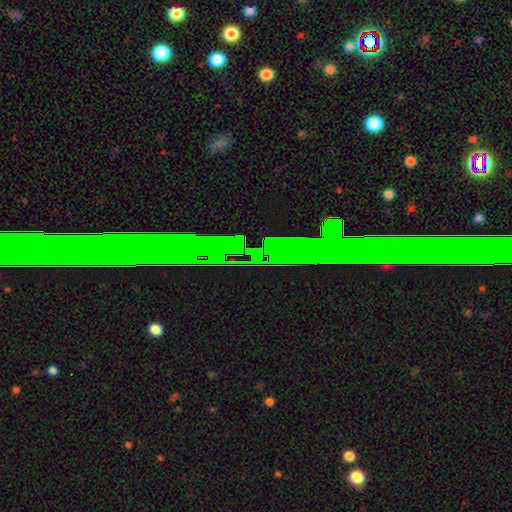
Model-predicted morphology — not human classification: A star or artifact, not a galaxy (70%).

Vote fractions:
- Smooth or featured? star or artifact: 70% / featured or disk: 18% / smooth: 11%